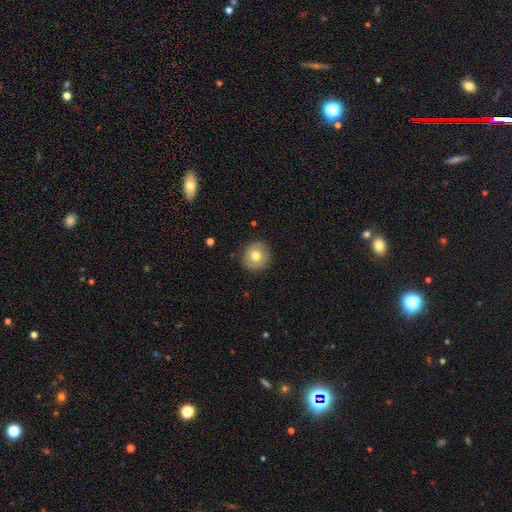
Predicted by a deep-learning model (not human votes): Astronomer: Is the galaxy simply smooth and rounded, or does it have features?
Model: smooth — 72%.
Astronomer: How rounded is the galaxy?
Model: round — 90%.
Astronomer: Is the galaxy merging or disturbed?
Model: none — 89%.